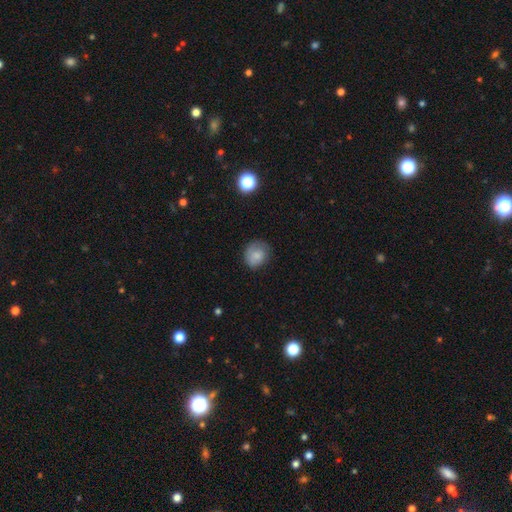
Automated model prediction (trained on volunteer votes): Smooth or featured: smooth — 80% (featured or disk — 11%)
How rounded: round — 74% (in between — 25%)
Merging: none — 70% (minor disturbance — 22%)